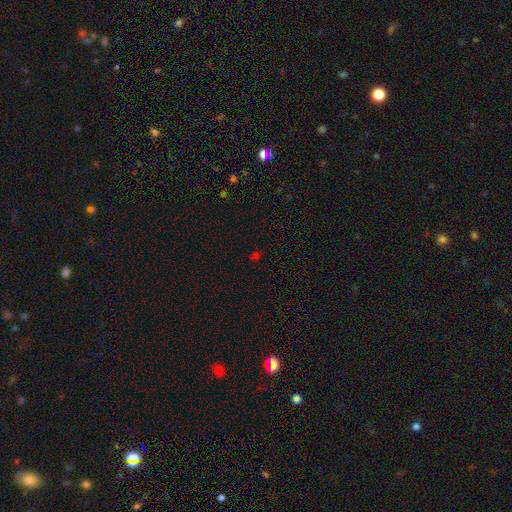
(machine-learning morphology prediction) smooth_or_featured: star or artifact (p=0.49) [alt: smooth p=0.44]